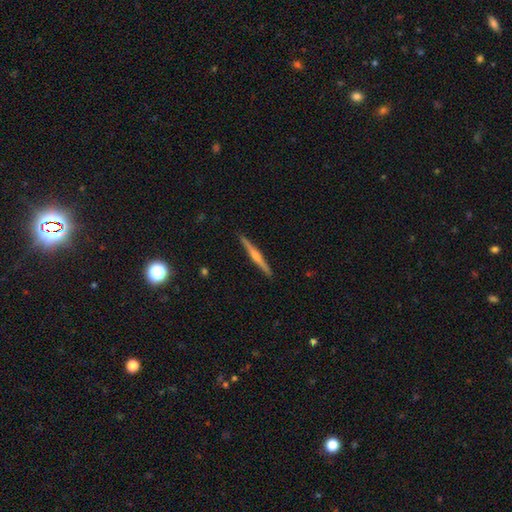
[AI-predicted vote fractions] Smooth or featured: featured or disk — 68% (smooth — 26%)
Edge-on disk: yes — 98% (no — 2%)
Edge-on bulge: rounded — 73% (none — 15%)
Merging: none — 92% (minor disturbance — 6%)